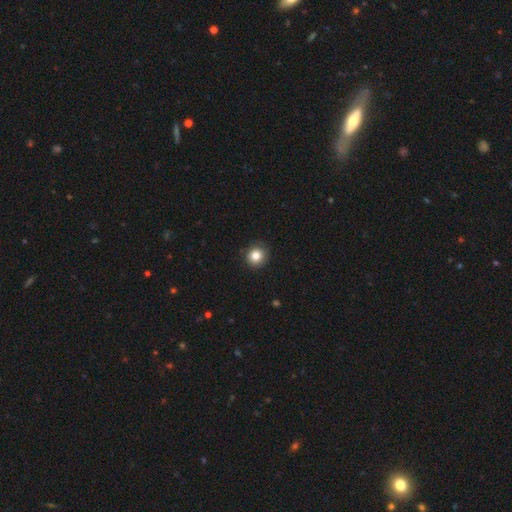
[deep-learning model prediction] Smooth or featured? smooth (83%)
How rounded? round (91%)
Merging? none (90%)